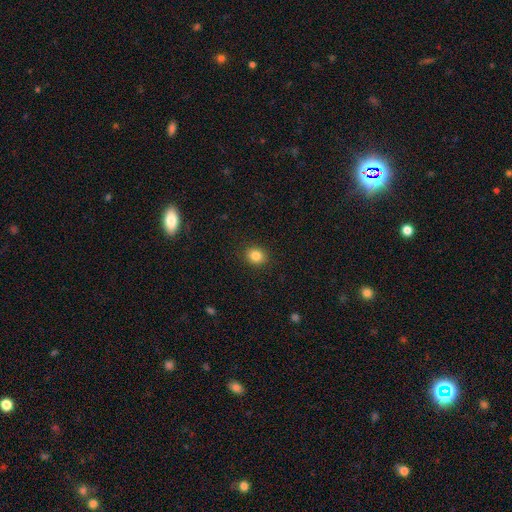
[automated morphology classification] type=smooth (84%); roundness=round (69%); merging=none (90%).